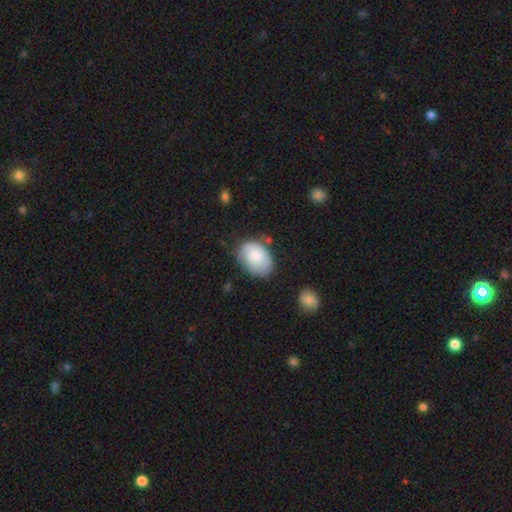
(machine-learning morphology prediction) Smooth or featured: smooth — 72% (featured or disk — 21%)
How rounded: in between — 82% (round — 17%)
Merging: none — 68% (minor disturbance — 23%)